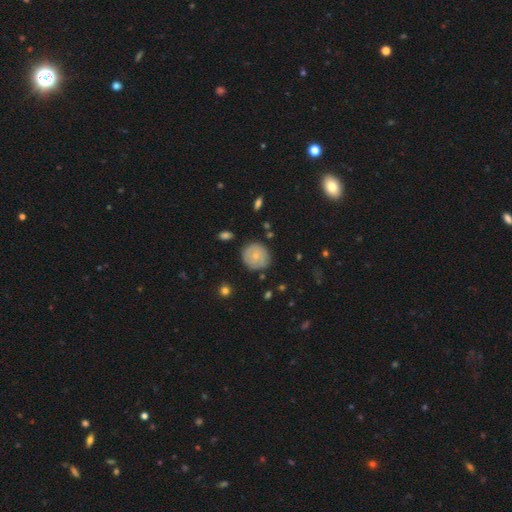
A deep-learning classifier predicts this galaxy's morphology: This is possibly a smooth galaxy (59%). How rounded: clearly round (89%). Merging: likely none (80%).